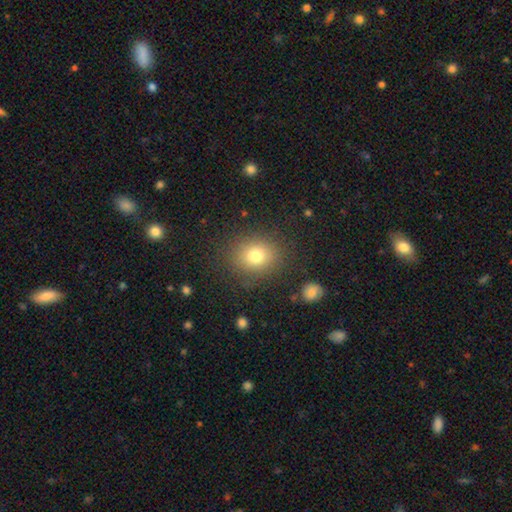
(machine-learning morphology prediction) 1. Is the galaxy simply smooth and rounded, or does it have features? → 77% smooth, 13% star or artifact, 10% featured or disk.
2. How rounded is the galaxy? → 69% round, 30% in between, 1% cigar-shaped.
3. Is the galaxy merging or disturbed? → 85% none, 9% minor disturbance, 4% major disturbance, 2% merger.